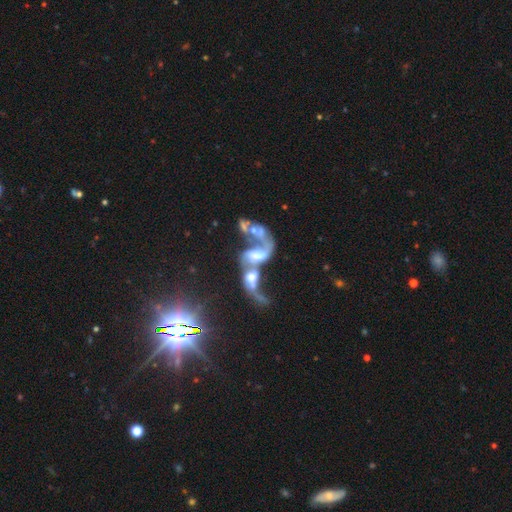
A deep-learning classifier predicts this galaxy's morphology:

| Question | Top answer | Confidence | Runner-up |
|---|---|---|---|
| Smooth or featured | featured or disk | 74% | star or artifact (17%) |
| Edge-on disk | no | 93% | yes (7%) |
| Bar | no | 45% | weak (33%) |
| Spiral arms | yes | 82% | no (18%) |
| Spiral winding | loose | 78% | medium (16%) |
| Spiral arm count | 2 | 77% | 1 (13%) |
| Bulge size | moderate | 38% | small (37%) |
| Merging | merger | 59% | none (18%) |